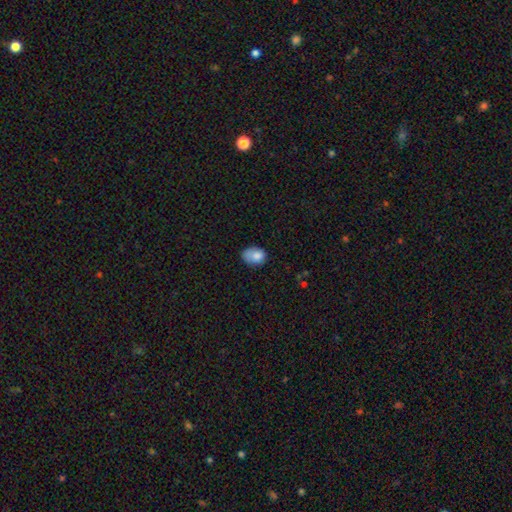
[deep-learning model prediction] Smooth or featured? Predicted: smooth (p=0.82). How rounded? Predicted: in between (p=0.71). Merging? Predicted: none (p=0.49).